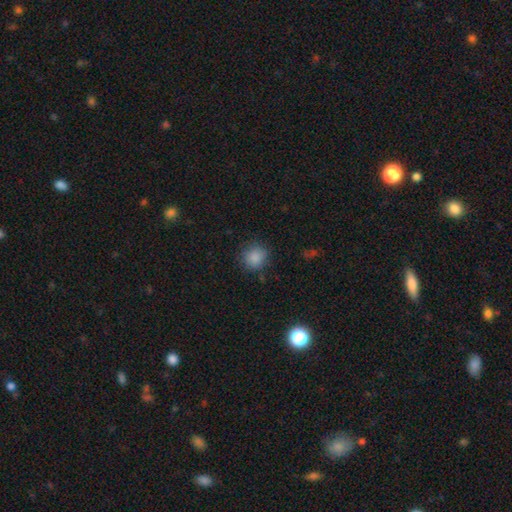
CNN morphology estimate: This appears to be a smooth galaxy with no disk features (83%) that is round (89%). Merging: none (85%).